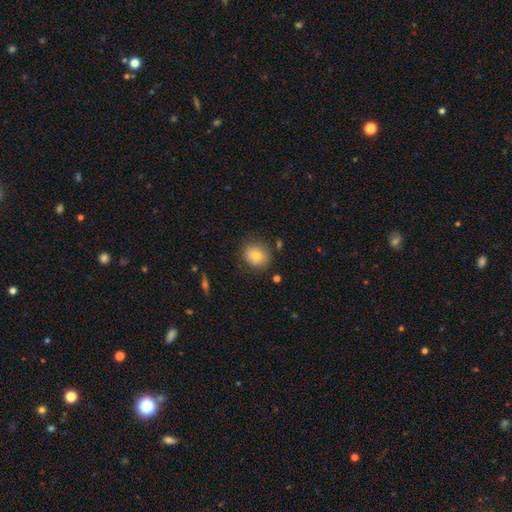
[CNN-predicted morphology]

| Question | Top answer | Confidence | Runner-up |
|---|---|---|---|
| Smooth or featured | smooth | 77% | featured or disk (13%) |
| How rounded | round | 76% | in between (23%) |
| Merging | none | 77% | minor disturbance (16%) |